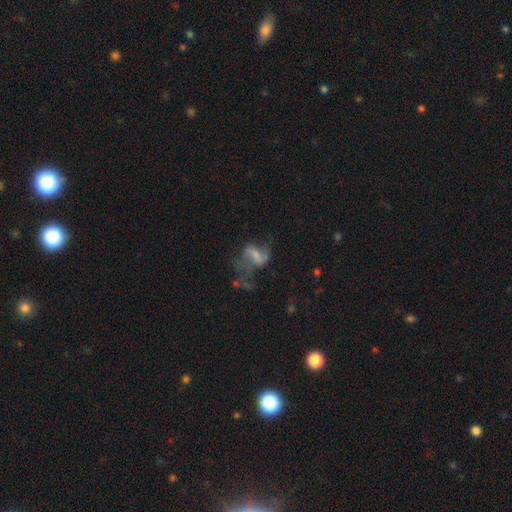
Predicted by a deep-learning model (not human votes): The model was most divided on "bar": weak: 42%, no: 35%, strong: 23%. Remaining: edge-on disk — no (97%); spiral arms — yes (62%); smooth or featured — featured or disk (59%); merging — major disturbance (46%); bulge size — none (37%).